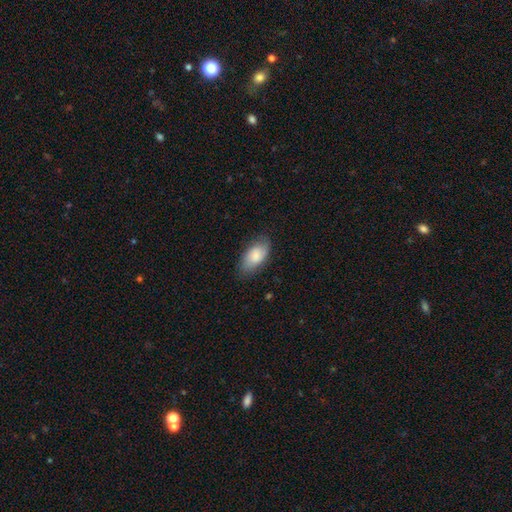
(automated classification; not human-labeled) Smooth or featured? smooth (81%)
How rounded? in between (93%)
Merging? none (77%)